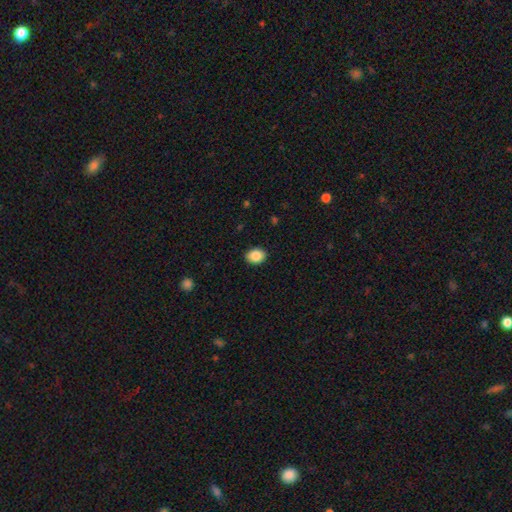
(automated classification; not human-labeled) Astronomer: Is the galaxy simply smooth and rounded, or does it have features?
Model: smooth — 88%.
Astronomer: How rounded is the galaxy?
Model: in between — 62% (runner-up: round, 37%).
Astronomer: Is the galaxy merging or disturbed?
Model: none — 90%.